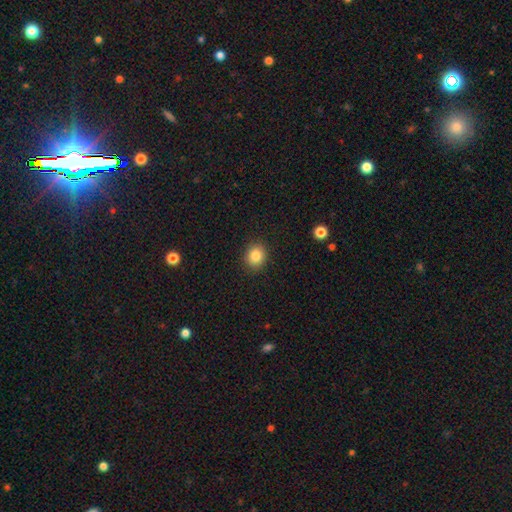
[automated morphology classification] smooth-or-featured: smooth: 84% | star or artifact: 10% | featured or disk: 6%
  how-rounded: round: 74% | in between: 25% | cigar-shaped: 1%
  merging: none: 90% | minor disturbance: 6% | major disturbance: 2% | merger: 1%